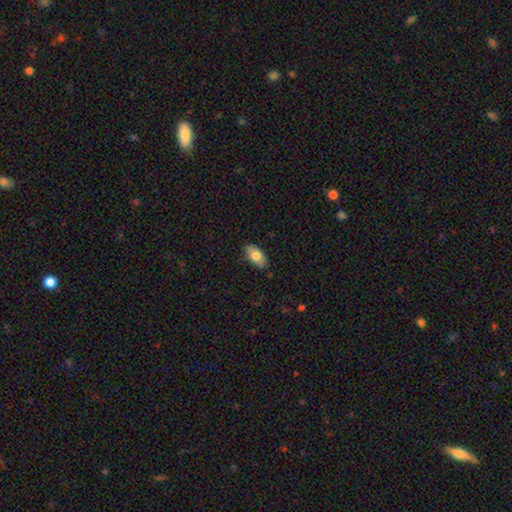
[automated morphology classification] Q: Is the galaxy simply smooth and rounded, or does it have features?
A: smooth — 78%.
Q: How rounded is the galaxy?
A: in between — 93%.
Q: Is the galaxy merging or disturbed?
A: none — 85%.